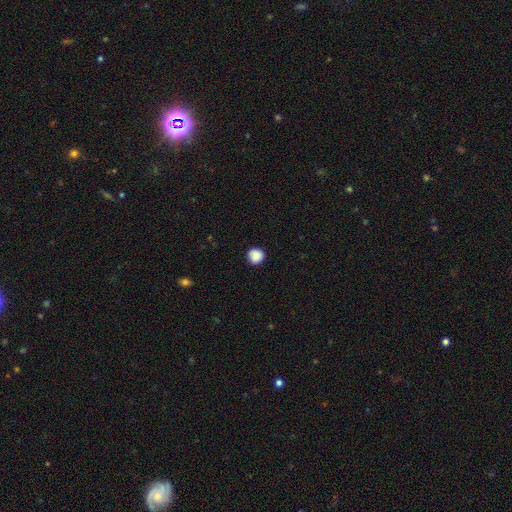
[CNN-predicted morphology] This is clearly a smooth galaxy (87%). How rounded: clearly round (94%). Merging: clearly none (90%).